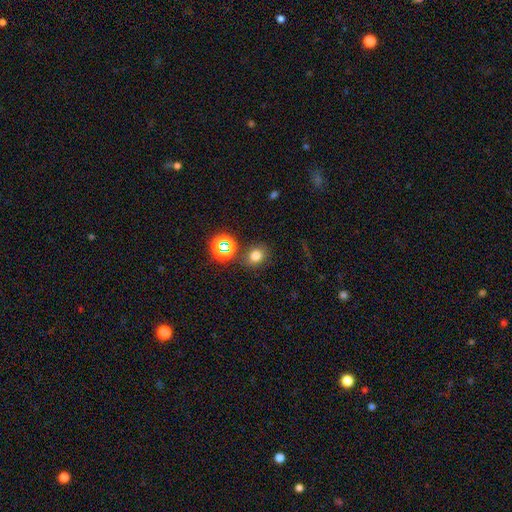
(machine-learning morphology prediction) A smooth galaxy with no disk features (72%) that is round (69%). Merging: none (80%).